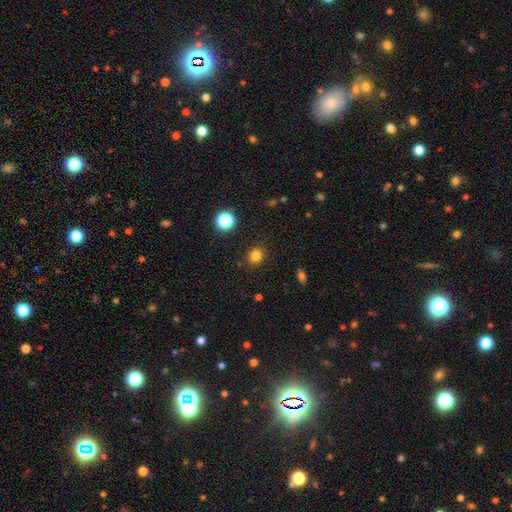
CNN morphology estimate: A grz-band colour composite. It shows a smooth galaxy with no disk features (81%) that is round (78%). Merging: none (89%).